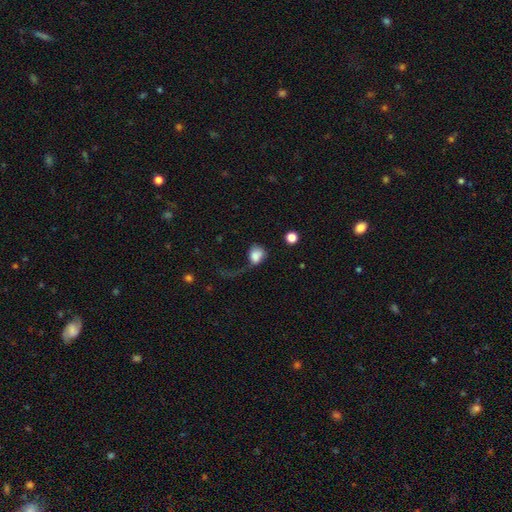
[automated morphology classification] smooth-or-featured: smooth: 76% | featured or disk: 15% | star or artifact: 9%
  how-rounded: in between: 50% | round: 49% | cigar-shaped: 1%
  merging: major disturbance: 57% | none: 19% | minor disturbance: 17% | merger: 7%